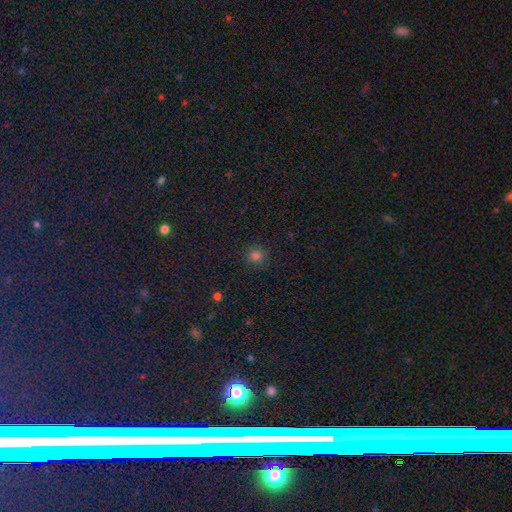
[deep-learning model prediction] A smooth galaxy with no disk features (79%) that is round (91%).

Vote fractions:
- Smooth or featured? smooth: 79% / star or artifact: 17% / featured or disk: 4%
- How rounded? round: 91% / in between: 8% / cigar-shaped: 1%
- Merging? none: 89% / minor disturbance: 7% / major disturbance: 2% / merger: 1%